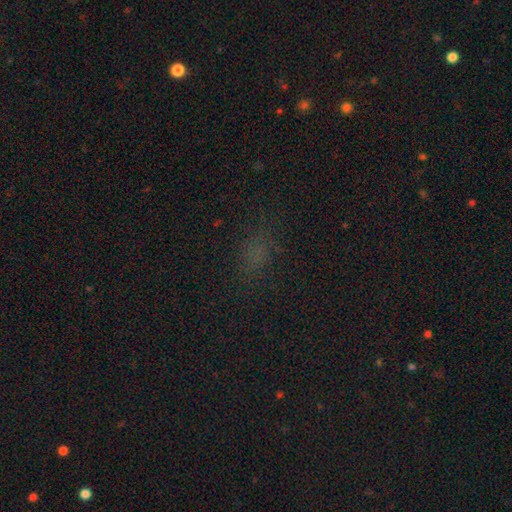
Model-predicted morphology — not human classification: This is possibly a smooth galaxy (56%). How rounded: likely in between (73%). Merging: likely none (74%).